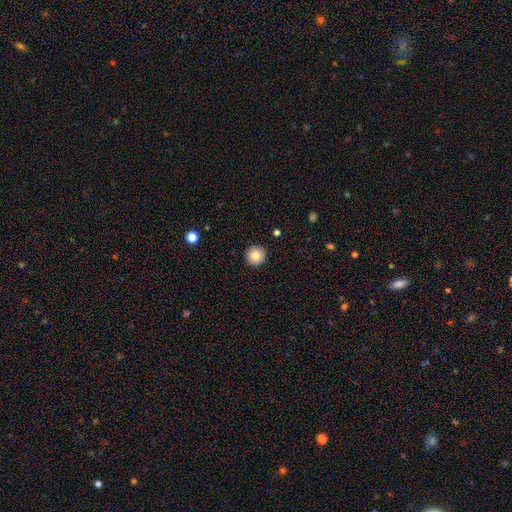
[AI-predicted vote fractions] smooth 83%, star or artifact 9%, featured or disk 8%. Down the decision tree: how rounded — round (95%); merging — none (92%).